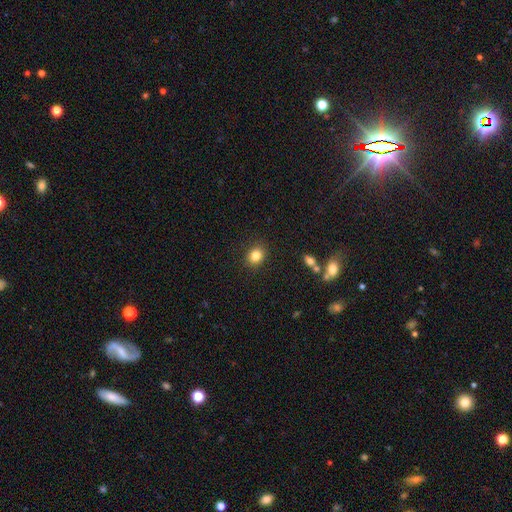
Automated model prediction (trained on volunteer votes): A smooth galaxy with no disk features (83%) that is round (59%).

Vote fractions:
- Smooth or featured? smooth: 83% / star or artifact: 11% / featured or disk: 6%
- How rounded? round: 59% / in between: 40% / cigar-shaped: 1%
- Merging? none: 88% / minor disturbance: 8% / major disturbance: 2% / merger: 1%